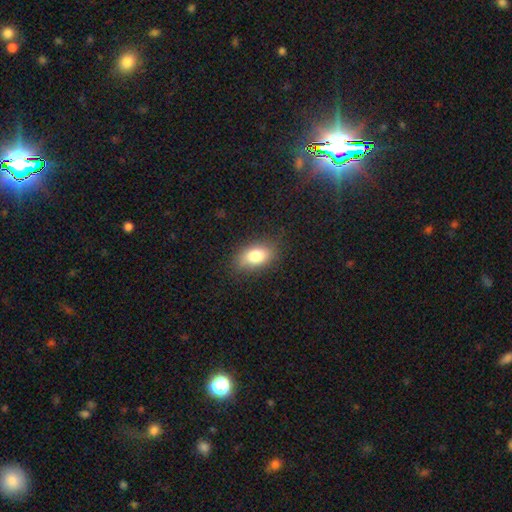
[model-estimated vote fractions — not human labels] Overall: smooth (80%). How rounded: in between (88%). Merging: none (81%).